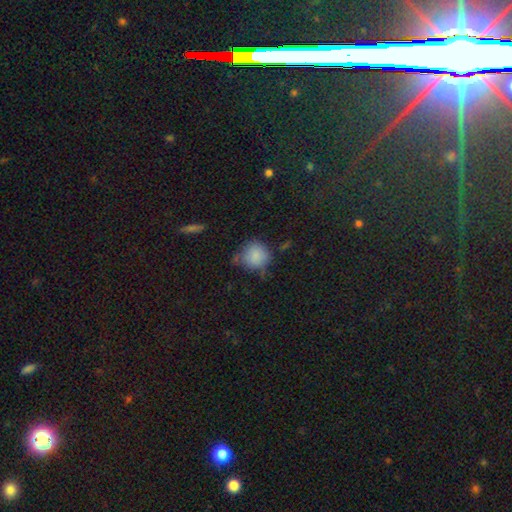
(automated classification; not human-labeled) smooth_or_featured: smooth (p=0.83) [alt: star or artifact p=0.09]
how_rounded: round (p=0.84) [alt: in between p=0.14]
merging: none (p=0.56) [alt: minor disturbance p=0.30]